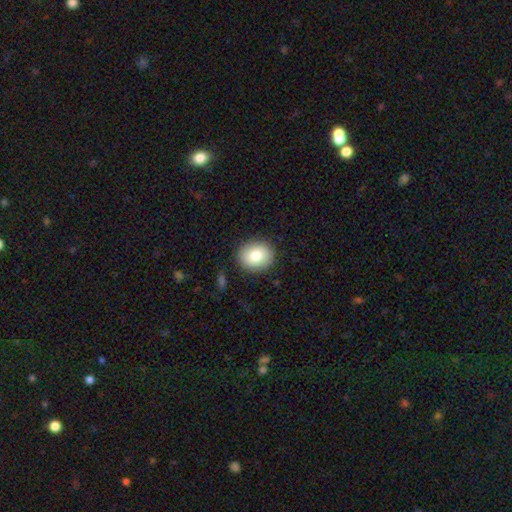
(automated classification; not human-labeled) Smooth or featured?
  - smooth: 83% *
  - featured or disk: 9%
  - star or artifact: 8%
How rounded?
  - round: 65% *
  - in between: 35%
  - cigar-shaped: 1%
Merging?
  - none: 88% *
  - minor disturbance: 8%
  - major disturbance: 2%
  - merger: 1%